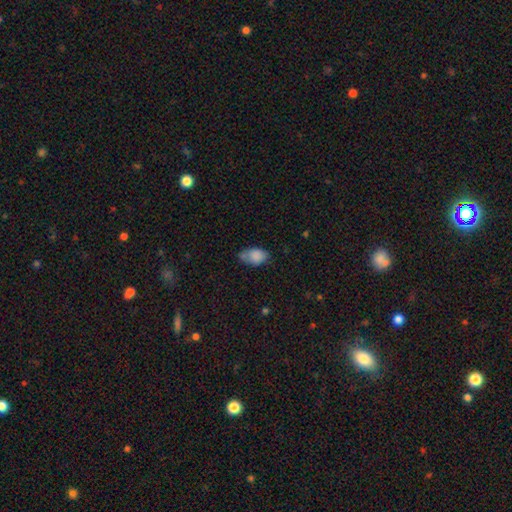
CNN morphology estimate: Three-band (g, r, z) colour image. It shows a smooth galaxy with no disk features (83%) that is in between round and cigar-shaped (87%). Merging: none (50%).